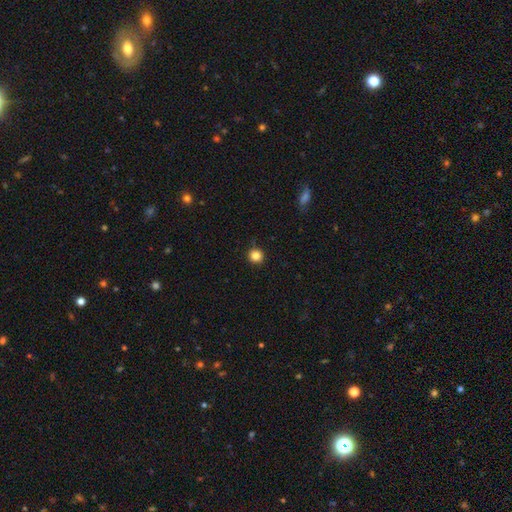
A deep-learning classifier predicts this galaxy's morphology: A smooth galaxy with no disk features (84%) that is round (93%).

Vote fractions:
- Smooth or featured? smooth: 84% / star or artifact: 11% / featured or disk: 4%
- How rounded? round: 93% / in between: 6% / cigar-shaped: 1%
- Merging? none: 90% / minor disturbance: 7% / major disturbance: 2% / merger: 1%